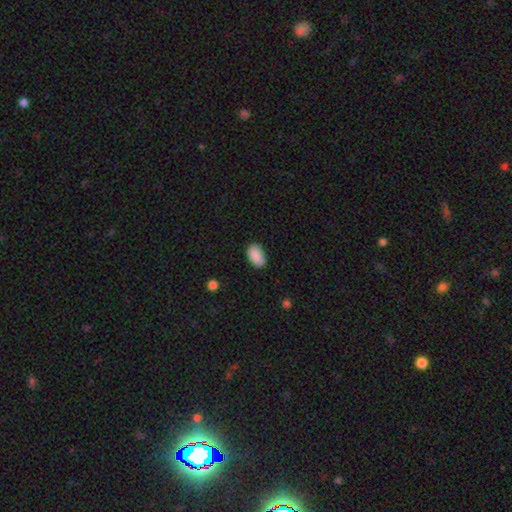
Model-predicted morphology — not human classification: This is clearly a smooth galaxy (89%). How rounded: clearly in between (92%). Merging: clearly none (80%).